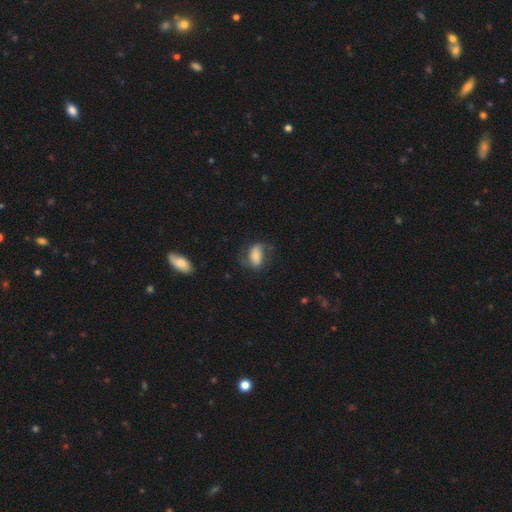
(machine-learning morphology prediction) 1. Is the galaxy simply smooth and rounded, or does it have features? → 50% smooth, 42% featured or disk, 8% star or artifact.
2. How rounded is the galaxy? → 85% in between, 10% round, 5% cigar-shaped.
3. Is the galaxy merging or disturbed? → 58% none, 24% minor disturbance, 16% major disturbance, 2% merger.